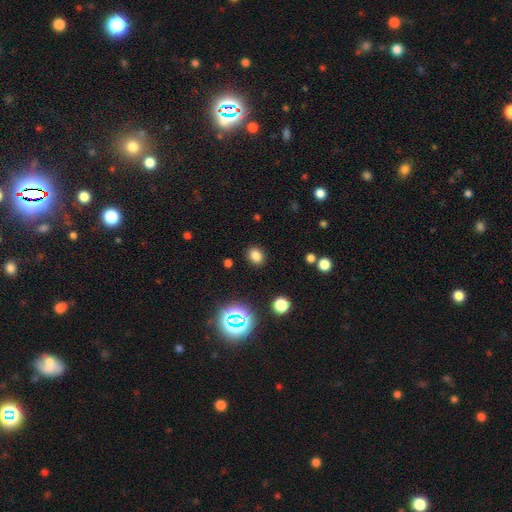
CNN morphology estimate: smooth 78%, star or artifact 17%, featured or disk 5%. Down the decision tree: how rounded — round (50%); merging — none (88%).